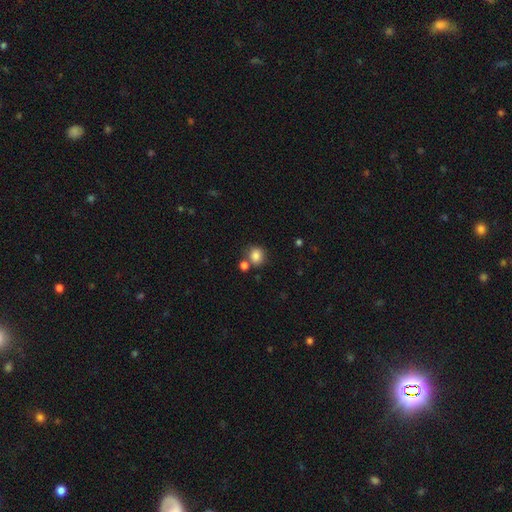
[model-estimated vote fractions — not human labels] Q: Smooth or featured?
A: smooth (84%); runner-up: star or artifact (10%)
Q: How rounded?
A: round (74%); runner-up: in between (25%)
Q: Merging?
A: none (64%); runner-up: merger (21%)